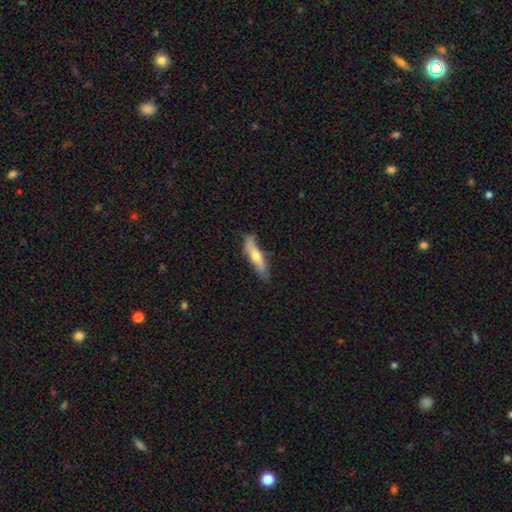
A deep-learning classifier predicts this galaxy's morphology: smooth-or-featured: smooth: 53% | featured or disk: 41% | star or artifact: 6%
  how-rounded: cigar-shaped: 83% | in between: 16% | round: 2%
  merging: none: 75% | minor disturbance: 19% | major disturbance: 4% | merger: 2%